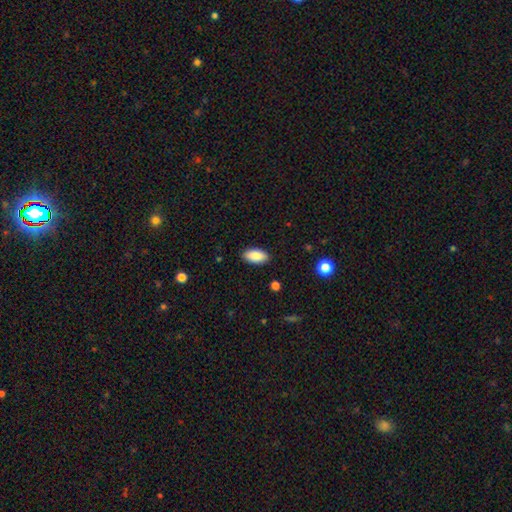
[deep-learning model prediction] smooth 89%, star or artifact 7%, featured or disk 4%. Down the decision tree: how rounded — in between (94%); merging — none (89%).